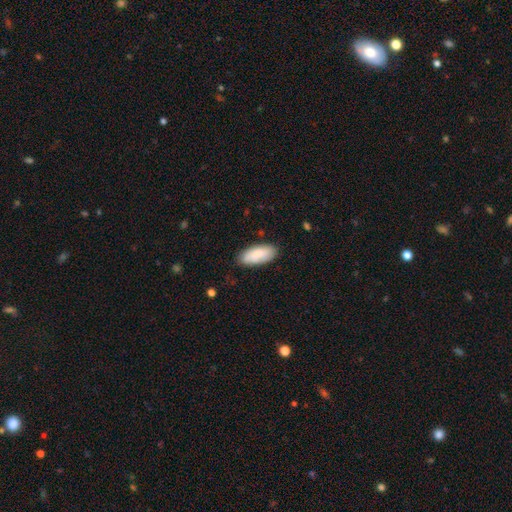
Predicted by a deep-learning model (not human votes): Morphology: type=smooth (86%); roundness=in between (86%); merging=none (82%).